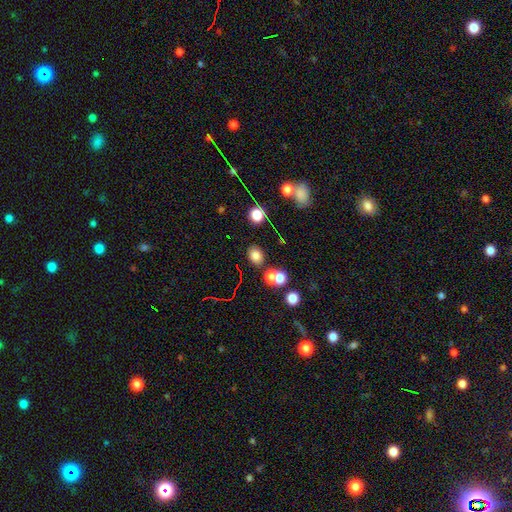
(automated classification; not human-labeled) The model was most divided on "how rounded": in between: 51%, round: 48%, cigar-shaped: 1%. More confident: smooth or featured — smooth (73%); merging — none (73%).